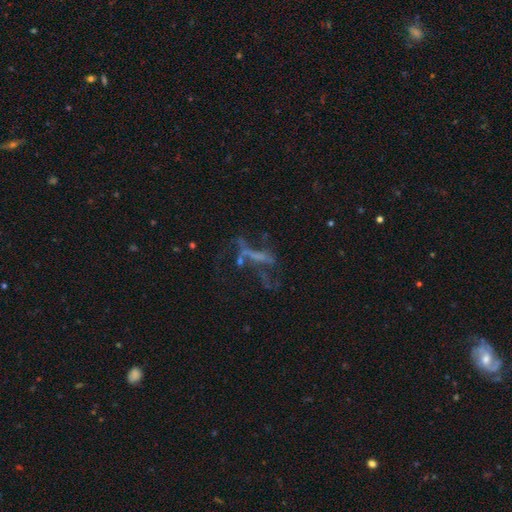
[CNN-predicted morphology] The model was most divided on "merging": major disturbance: 38%, none: 36%, minor disturbance: 13%, merger: 13%. More confident: edge-on disk — no (82%); smooth or featured — featured or disk (55%).